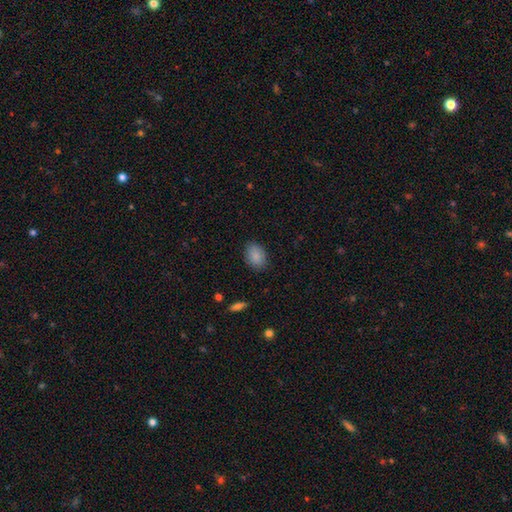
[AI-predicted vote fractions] smooth-or-featured: smooth: 87% | star or artifact: 7% | featured or disk: 6%
  how-rounded: in between: 74% | round: 25% | cigar-shaped: 1%
  merging: none: 85% | minor disturbance: 11% | major disturbance: 3% | merger: 1%